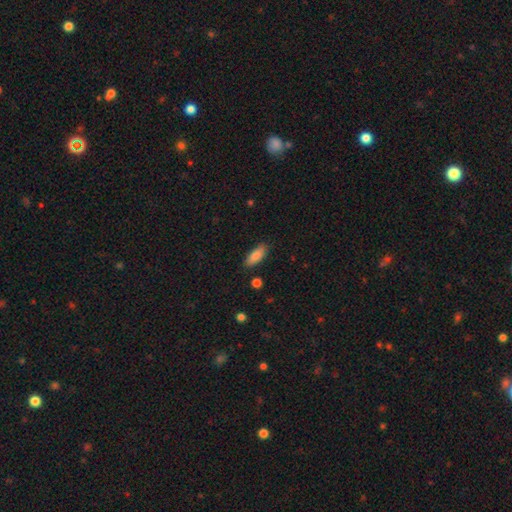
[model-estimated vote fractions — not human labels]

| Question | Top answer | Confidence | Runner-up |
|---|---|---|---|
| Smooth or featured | smooth | 83% | featured or disk (10%) |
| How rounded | in between | 75% | cigar-shaped (23%) |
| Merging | none | 84% | minor disturbance (12%) |